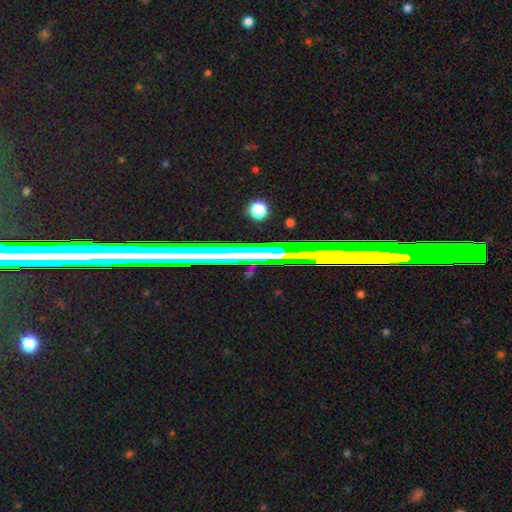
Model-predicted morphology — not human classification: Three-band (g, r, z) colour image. It shows a star or artifact, not a galaxy (69%).